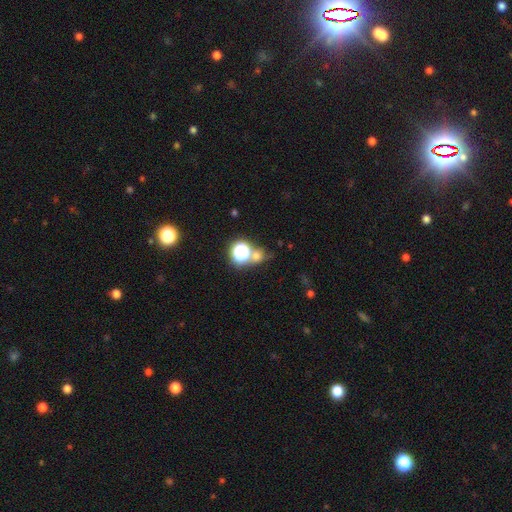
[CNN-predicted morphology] Smooth or featured?
  - smooth: 56% *
  - star or artifact: 34%
  - featured or disk: 9%
How rounded?
  - round: 80% *
  - in between: 18%
  - cigar-shaped: 2%
Merging?
  - none: 59% *
  - merger: 24%
  - minor disturbance: 10%
  - major disturbance: 6%